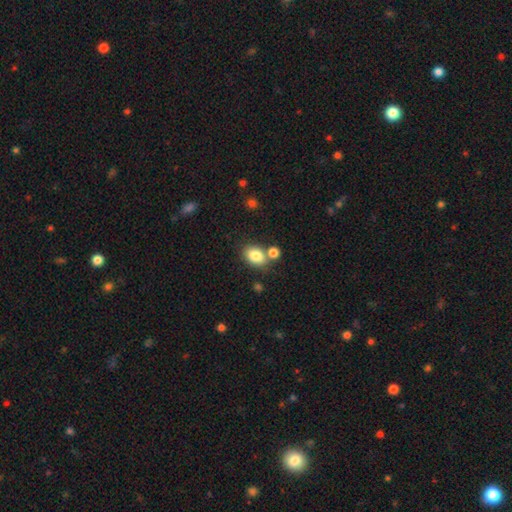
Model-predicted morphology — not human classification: The model was most divided on "merging": none: 62%, merger: 23%, minor disturbance: 11%, major disturbance: 3%. More confident: smooth or featured — smooth (83%); how rounded — in between (73%).